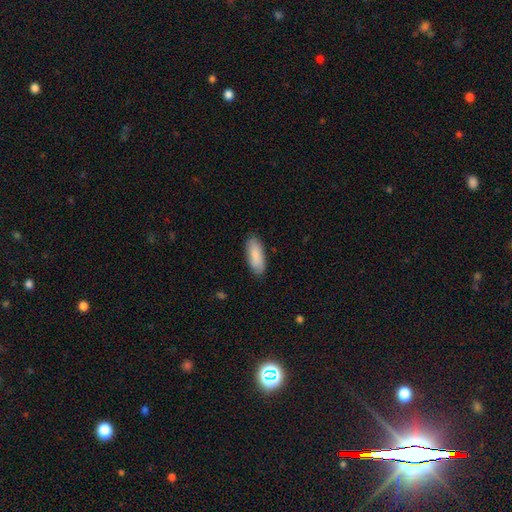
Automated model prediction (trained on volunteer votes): smooth-or-featured: smooth: 87% | featured or disk: 8% | star or artifact: 5%
  how-rounded: in between: 78% | cigar-shaped: 20% | round: 2%
  merging: none: 85% | minor disturbance: 12% | major disturbance: 2% | merger: 1%